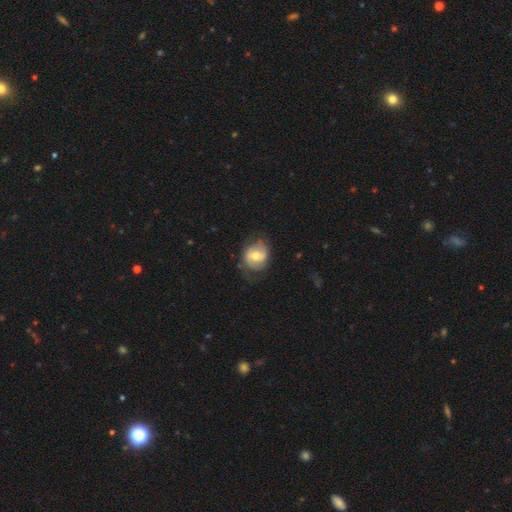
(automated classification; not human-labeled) Morphology: type=smooth (50%); merging=none (64%).